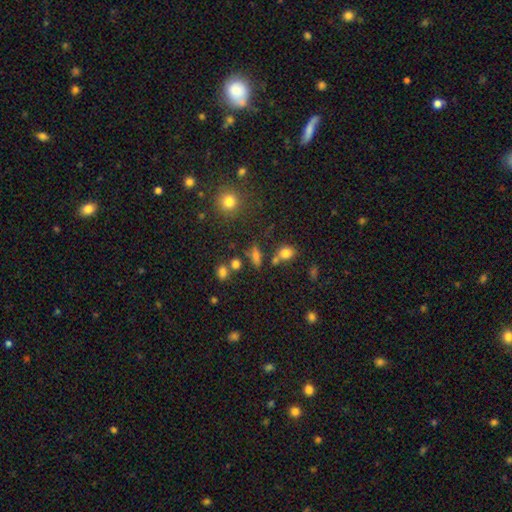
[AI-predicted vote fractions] smooth 71%, star or artifact 17%, featured or disk 12%. Down the decision tree: how rounded — in between (67%); merging — none (63%).